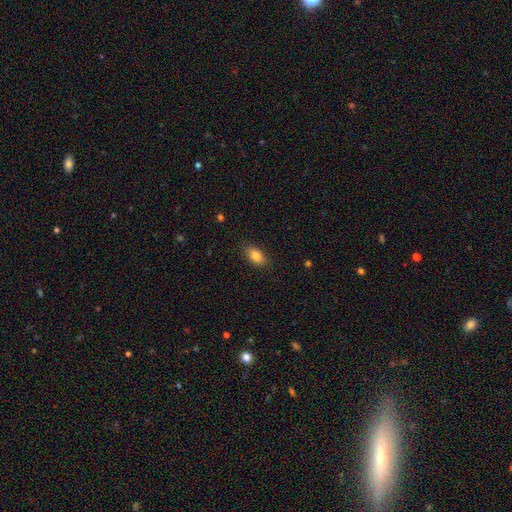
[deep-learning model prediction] Smooth or featured?
  - smooth: 85% *
  - star or artifact: 8%
  - featured or disk: 7%
How rounded?
  - in between: 88% *
  - round: 10%
  - cigar-shaped: 2%
Merging?
  - none: 86% *
  - minor disturbance: 10%
  - major disturbance: 3%
  - merger: 1%